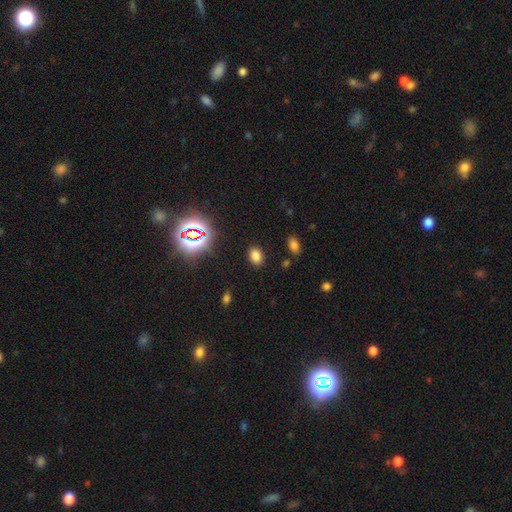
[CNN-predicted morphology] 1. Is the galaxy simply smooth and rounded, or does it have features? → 75% smooth, 20% star or artifact, 6% featured or disk.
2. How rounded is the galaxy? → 76% in between, 23% round, 1% cigar-shaped.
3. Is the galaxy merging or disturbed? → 87% none, 9% minor disturbance, 3% major disturbance, 2% merger.